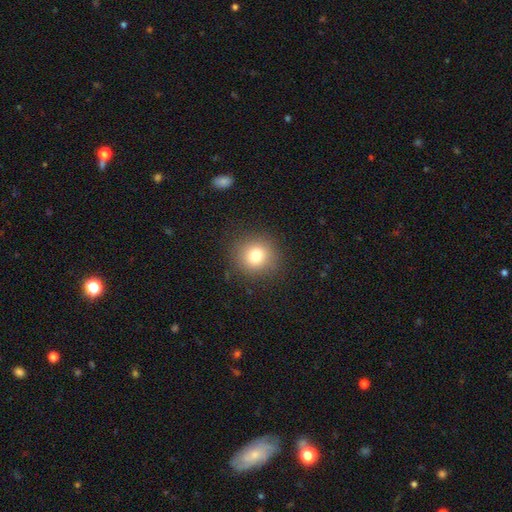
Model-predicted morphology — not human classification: smooth_or_featured: smooth (p=0.77) [alt: star or artifact p=0.13]
how_rounded: round (p=0.91) [alt: in between p=0.08]
merging: none (p=0.88) [alt: minor disturbance p=0.07]